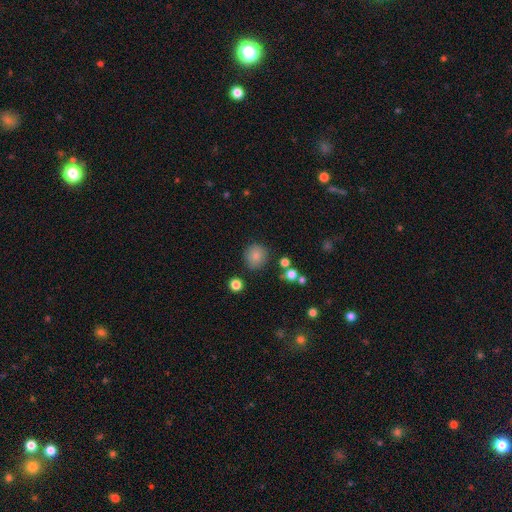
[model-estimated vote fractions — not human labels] smooth_or_featured: smooth (p=0.83) [alt: star or artifact p=0.11]
how_rounded: round (p=0.90) [alt: in between p=0.09]
merging: none (p=0.83) [alt: minor disturbance p=0.10]